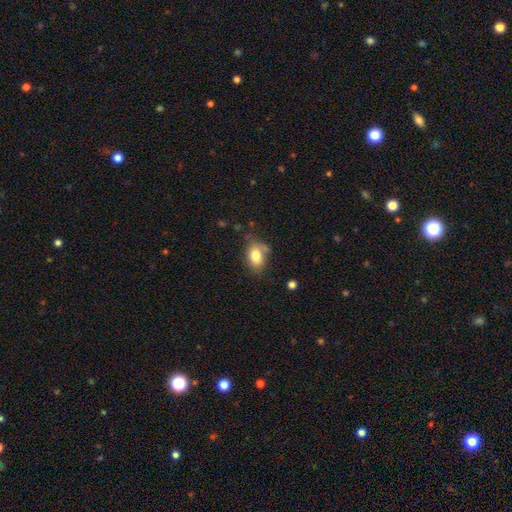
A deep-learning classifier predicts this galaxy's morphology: Smooth or featured: smooth — 79% (featured or disk — 12%)
How rounded: in between — 79% (round — 19%)
Merging: none — 55% (minor disturbance — 29%)